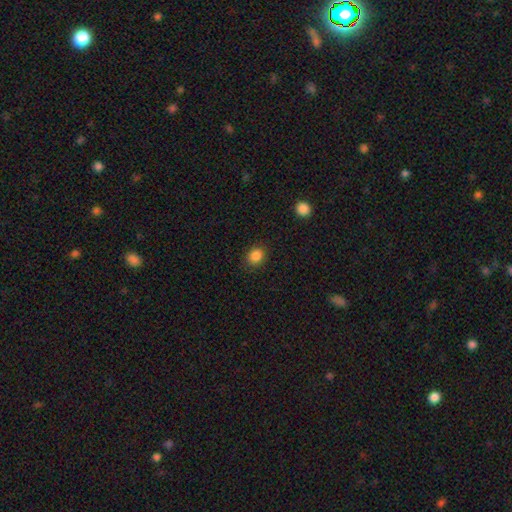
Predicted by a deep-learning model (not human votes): smooth_or_featured: smooth (p=0.86) [alt: star or artifact p=0.11]
how_rounded: round (p=0.68) [alt: in between p=0.31]
merging: none (p=0.88) [alt: minor disturbance p=0.08]